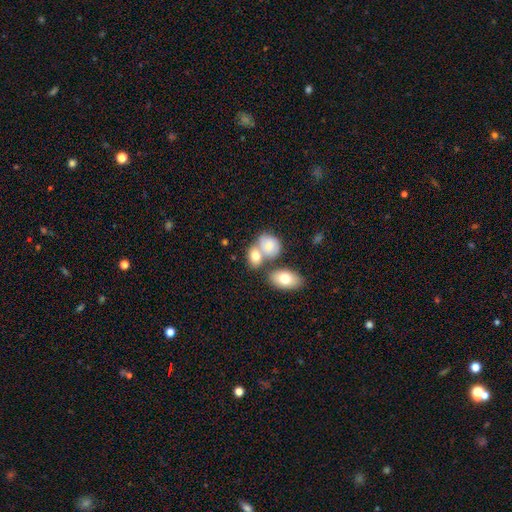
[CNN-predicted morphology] Smooth or featured? Predicted: smooth (p=0.74). How rounded? Predicted: in between (p=0.72). Merging? Predicted: merger (p=0.46).